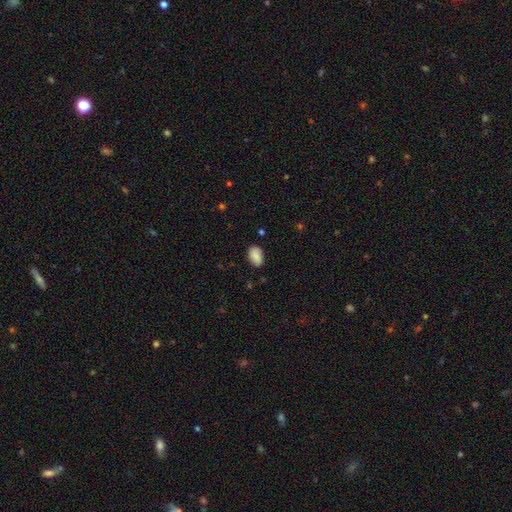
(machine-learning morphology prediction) smooth-or-featured: smooth: 86% | star or artifact: 7% | featured or disk: 7%
  how-rounded: in between: 89% | round: 10% | cigar-shaped: 1%
  merging: none: 80% | minor disturbance: 16% | major disturbance: 3% | merger: 2%